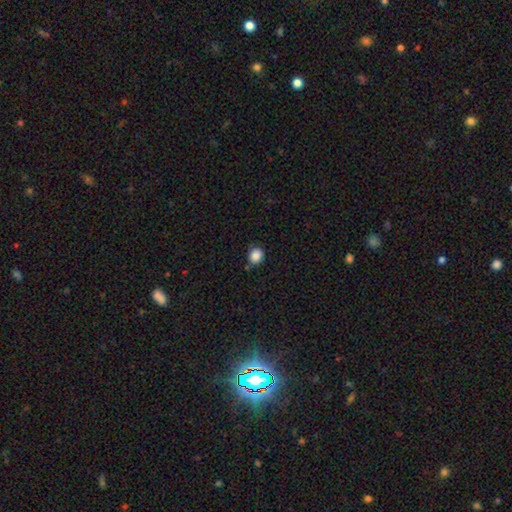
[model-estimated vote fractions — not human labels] Smooth or featured? Predicted: smooth (p=0.86). How rounded? Predicted: round (p=0.81). Merging? Predicted: none (p=0.81).